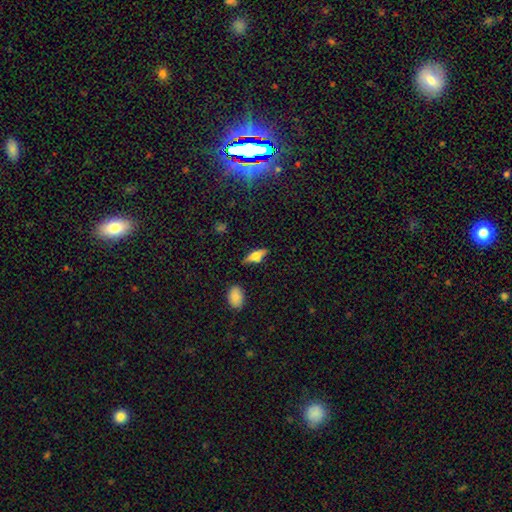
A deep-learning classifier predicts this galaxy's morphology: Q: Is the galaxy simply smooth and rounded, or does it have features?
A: smooth — 49%.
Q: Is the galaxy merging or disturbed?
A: none — 79%.